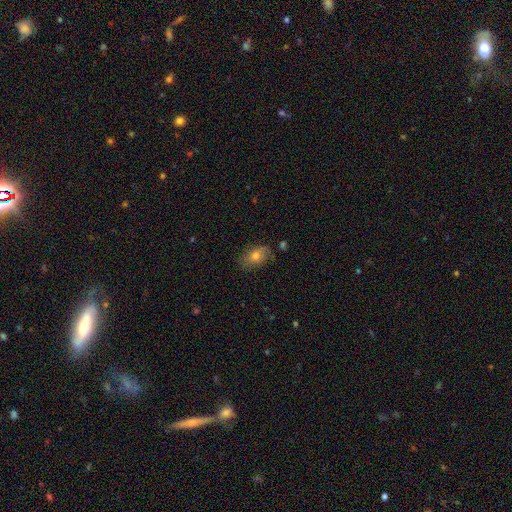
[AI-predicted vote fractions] This appears to be a smooth galaxy with no disk features (70%) that is in between round and cigar-shaped (82%). Merging: none (74%).